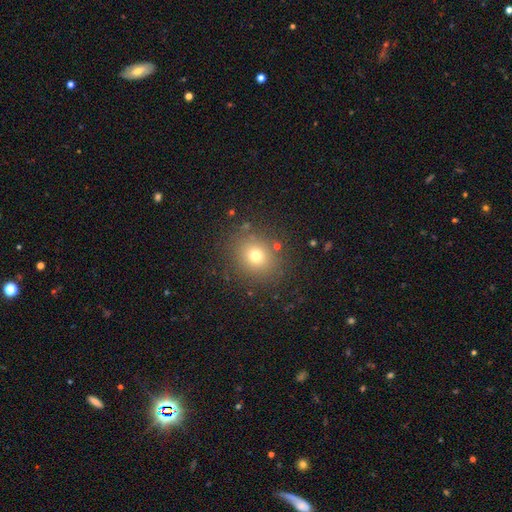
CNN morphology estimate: Q: Smooth or featured?
A: smooth (71%); runner-up: star or artifact (18%)
Q: How rounded?
A: round (78%); runner-up: in between (22%)
Q: Merging?
A: none (86%); runner-up: minor disturbance (8%)